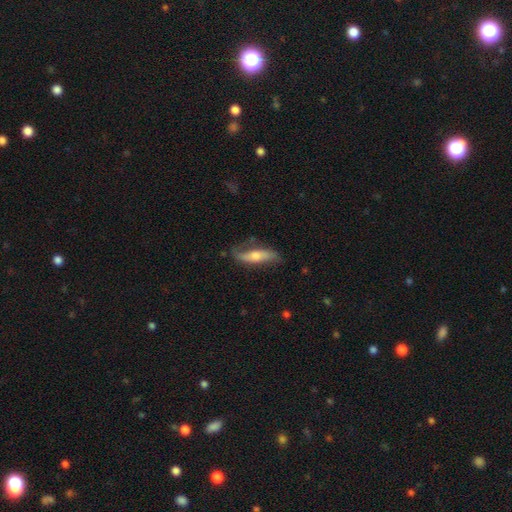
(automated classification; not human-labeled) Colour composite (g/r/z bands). It shows a featured or disk galaxy (55%). Merging: none (64%).